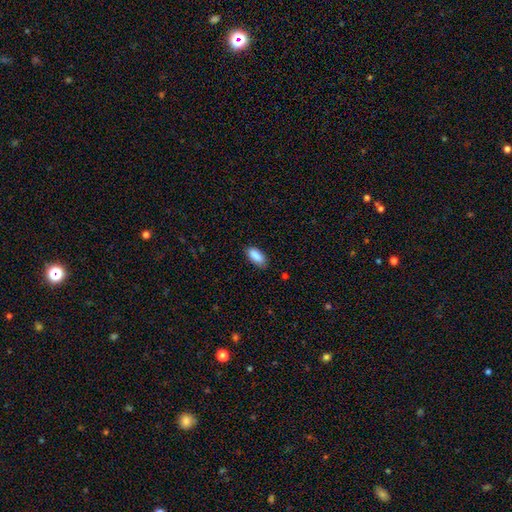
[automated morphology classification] Smooth or featured? smooth (89%)
How rounded? in between (89%)
Merging? none (82%)